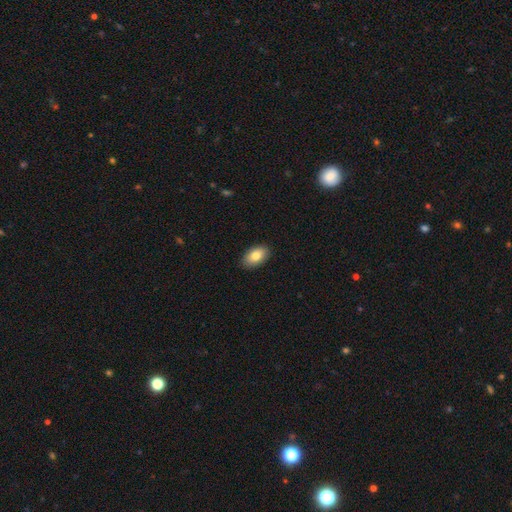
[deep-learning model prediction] This appears to be a smooth galaxy with no disk features (83%) that is in between round and cigar-shaped (93%). Merging: none (89%).